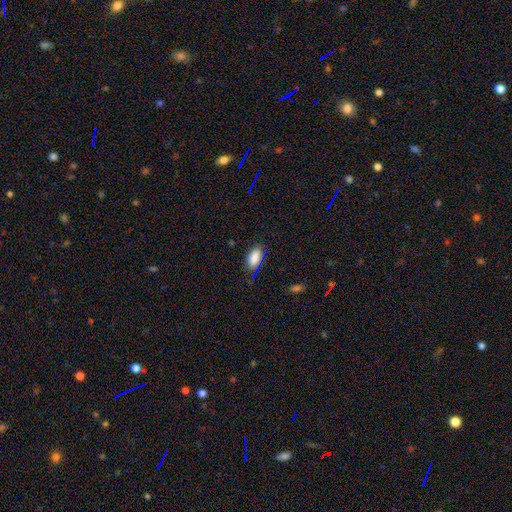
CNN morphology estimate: This appears to be a smooth galaxy with no disk features (79%) that is in between round and cigar-shaped (90%). Merging: none (74%).